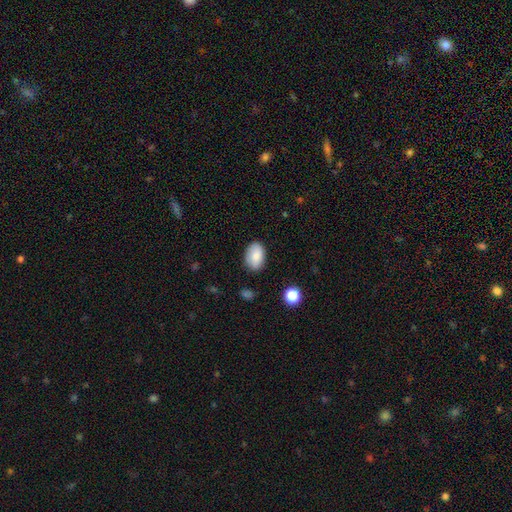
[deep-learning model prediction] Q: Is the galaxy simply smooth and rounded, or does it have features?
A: smooth — 86%.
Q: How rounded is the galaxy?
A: in between — 87%.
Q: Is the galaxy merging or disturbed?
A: none — 83%.